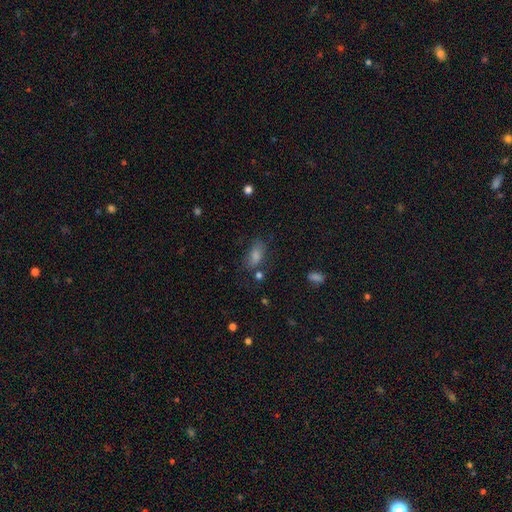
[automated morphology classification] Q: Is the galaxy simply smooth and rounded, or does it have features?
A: smooth — 61%.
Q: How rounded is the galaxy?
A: in between — 78%.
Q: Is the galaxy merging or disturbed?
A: none — 67%.